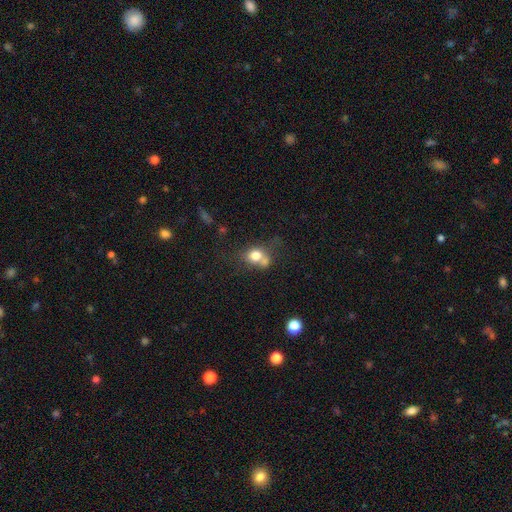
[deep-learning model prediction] Smooth or featured?
  - smooth: 75% *
  - featured or disk: 14%
  - star or artifact: 11%
How rounded?
  - round: 65% *
  - in between: 34%
  - cigar-shaped: 1%
Merging?
  - merger: 40% *
  - none: 37%
  - minor disturbance: 15%
  - major disturbance: 8%